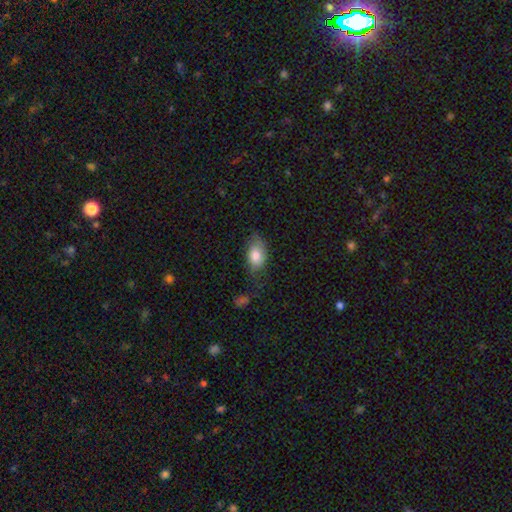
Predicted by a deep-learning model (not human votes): This is clearly a smooth galaxy (80%). How rounded: clearly in between (90%). Merging: possibly none (56%).